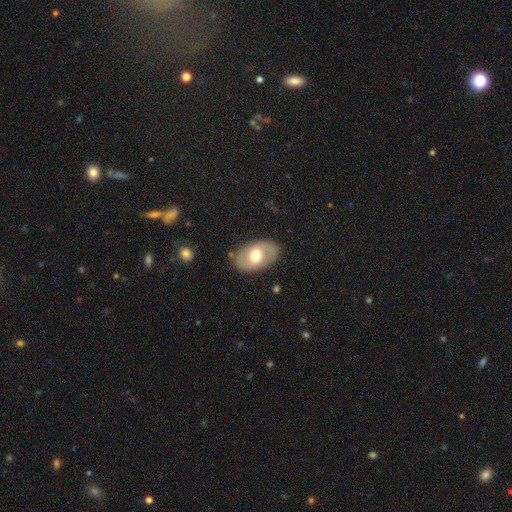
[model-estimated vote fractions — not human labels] smooth_or_featured: smooth (p=0.50) [alt: featured or disk p=0.45]
merging: none (p=0.82) [alt: minor disturbance p=0.13]